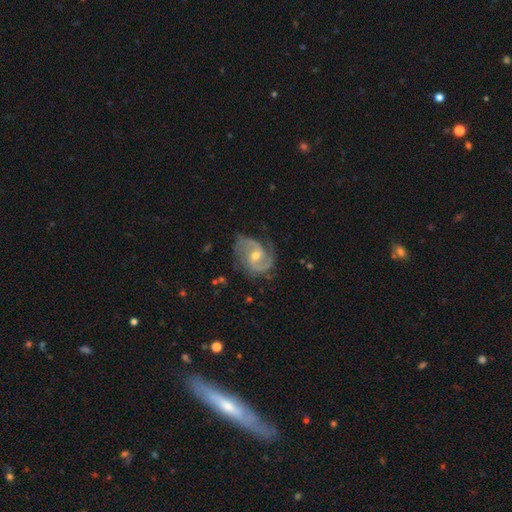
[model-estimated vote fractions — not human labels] A featured or disk galaxy (90%) with a weak bar (48%), 2 (85%) medium (56%) spiral arms (98%) and a moderate central bulge (55%). Merging: none (73%).